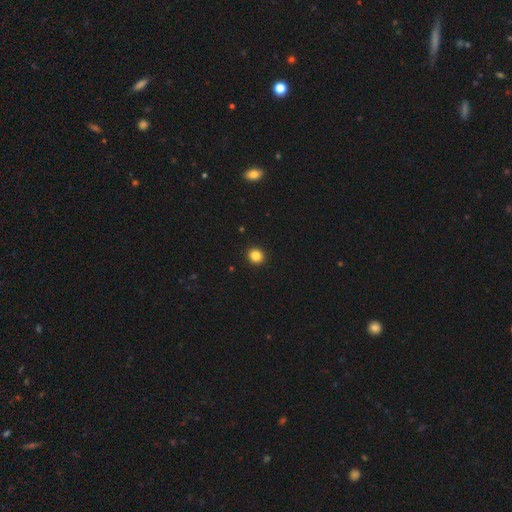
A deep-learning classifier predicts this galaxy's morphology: type=smooth (85%); roundness=round (87%); merging=none (93%).